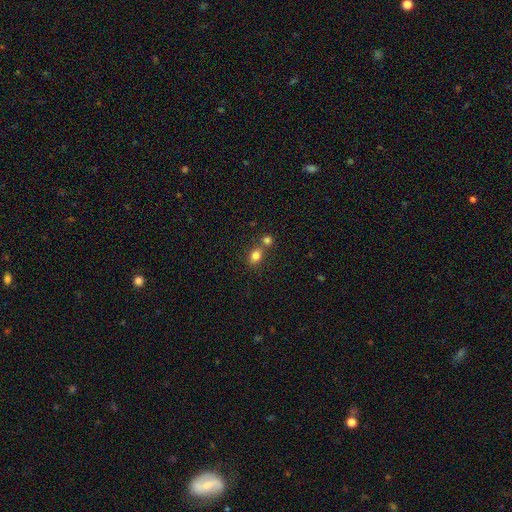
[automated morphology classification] Smooth or featured: smooth — 81% (star or artifact — 11%)
How rounded: in between — 64% (round — 34%)
Merging: none — 54% (merger — 33%)